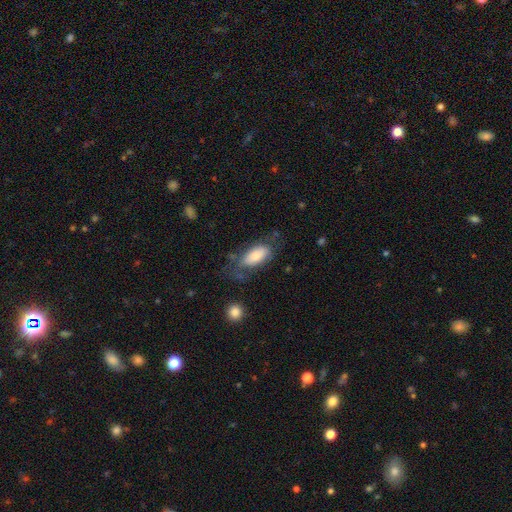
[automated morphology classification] Smooth or featured? smooth (75%)
How rounded? in between (88%)
Merging? none (52%)